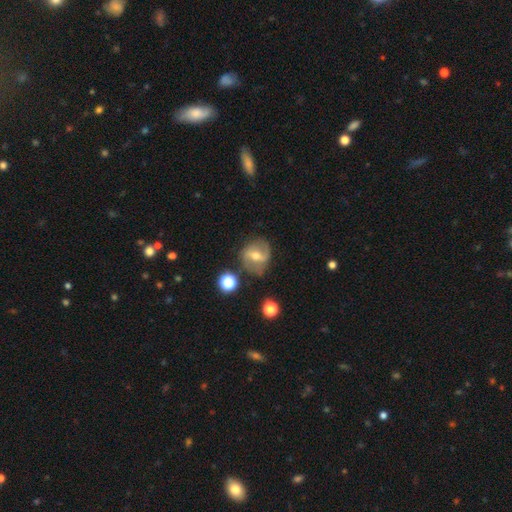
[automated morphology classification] type=featured or disk (67%); edge-on=no (96%); bar=strong (43%); spiral arms=yes (80%); winding=loose (41%, tied with medium); arm count=2 (82%); bulge=moderate (60%); merging=none (67%).